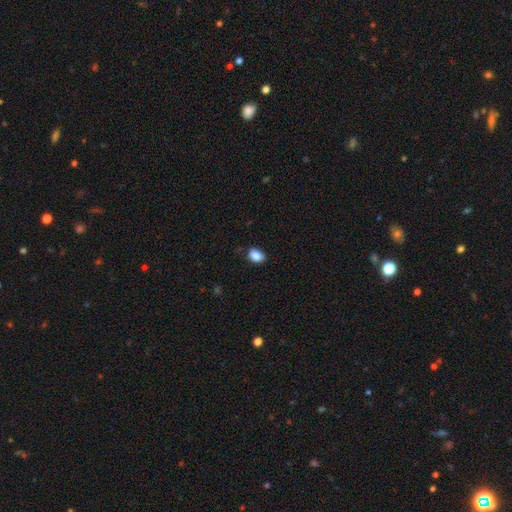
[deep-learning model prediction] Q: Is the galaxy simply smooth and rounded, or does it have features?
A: smooth — 87%.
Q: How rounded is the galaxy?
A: in between — 82%.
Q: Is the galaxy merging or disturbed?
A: none — 80%.